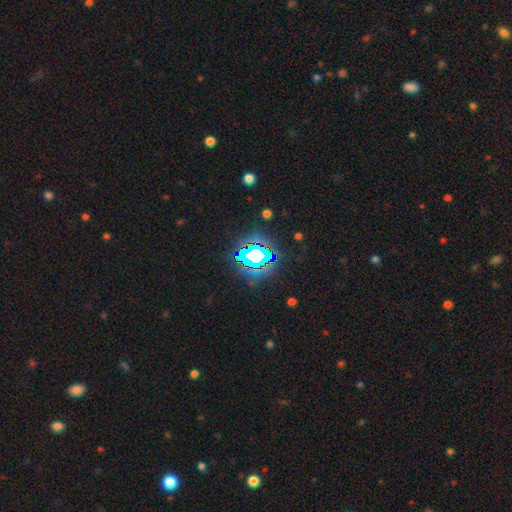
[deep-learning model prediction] smooth_or_featured: star or artifact (p=0.66) [alt: smooth p=0.19]